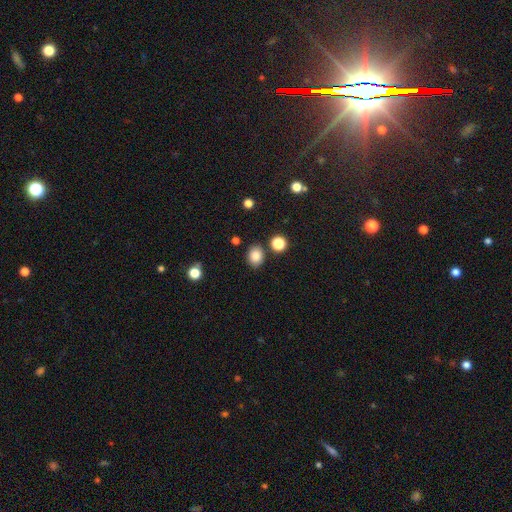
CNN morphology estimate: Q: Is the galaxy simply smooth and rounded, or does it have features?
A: smooth — 85%.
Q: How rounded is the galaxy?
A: round — 50%.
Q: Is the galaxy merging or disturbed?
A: none — 82%.